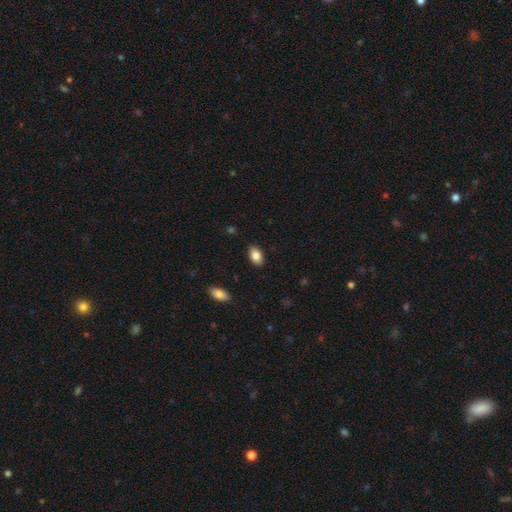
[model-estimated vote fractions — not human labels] Smooth or featured? smooth (86%)
How rounded? in between (91%)
Merging? none (87%)